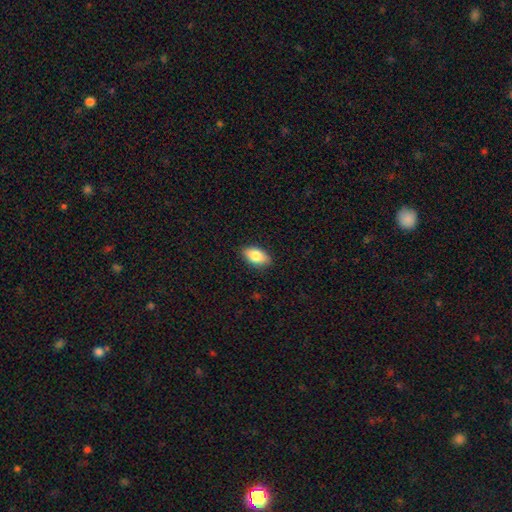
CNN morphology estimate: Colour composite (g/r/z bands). It shows a smooth galaxy with no disk features (81%) that is in between round and cigar-shaped (91%). Merging: none (87%).